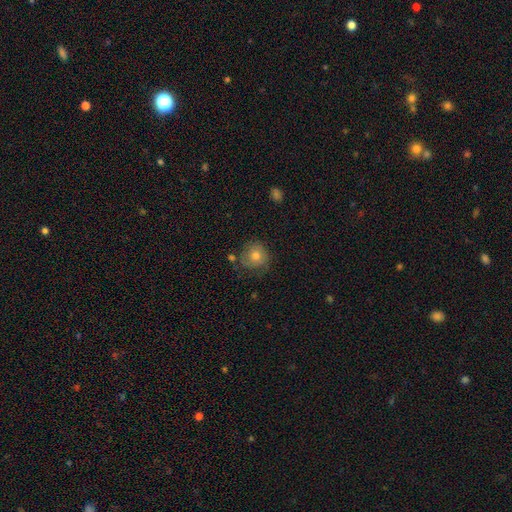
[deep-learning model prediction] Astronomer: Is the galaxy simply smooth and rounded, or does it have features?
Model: smooth — 64%.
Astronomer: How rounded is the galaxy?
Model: round — 89%.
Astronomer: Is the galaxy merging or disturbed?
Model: none — 70%.